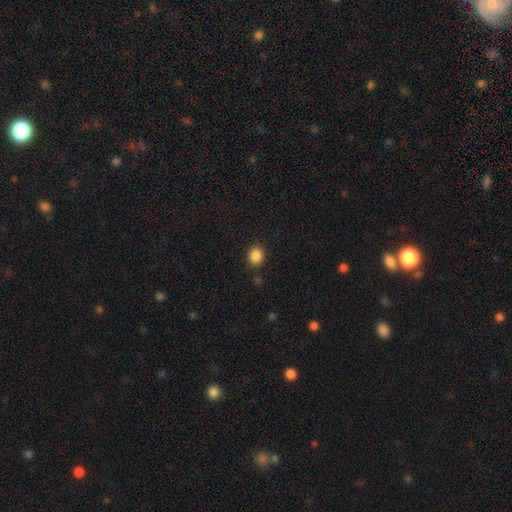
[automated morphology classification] A smooth galaxy with no disk features (87%) that is round (67%). Merging: none (85%).